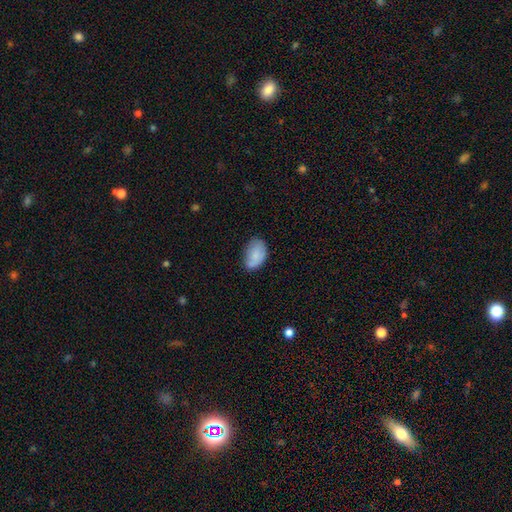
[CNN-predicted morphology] The model was most divided on "merging": none: 63%, minor disturbance: 29%, major disturbance: 6%, merger: 3%. More confident: how rounded — in between (90%); smooth or featured — smooth (81%).